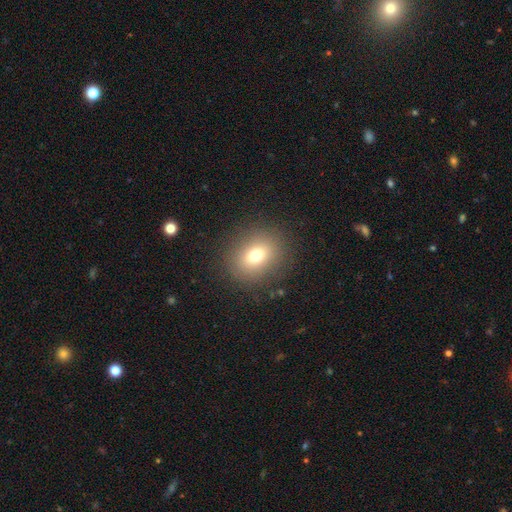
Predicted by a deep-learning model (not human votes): smooth-or-featured: smooth: 72% | star or artifact: 15% | featured or disk: 13%
  how-rounded: round: 66% | in between: 33% | cigar-shaped: 1%
  merging: none: 87% | minor disturbance: 8% | major disturbance: 4% | merger: 1%